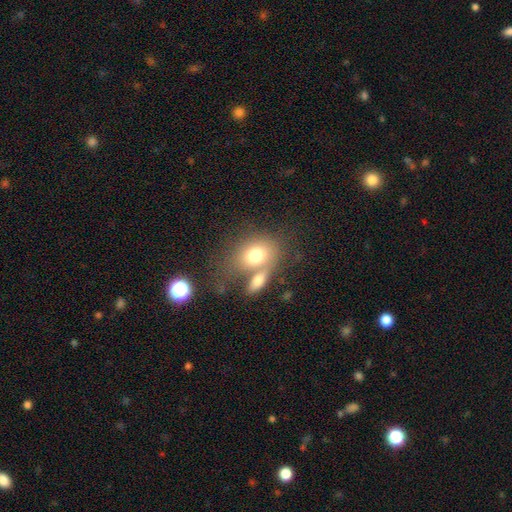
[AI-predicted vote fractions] Morphology: type=smooth (72%); roundness=in between (60%); merging=merger (44%).